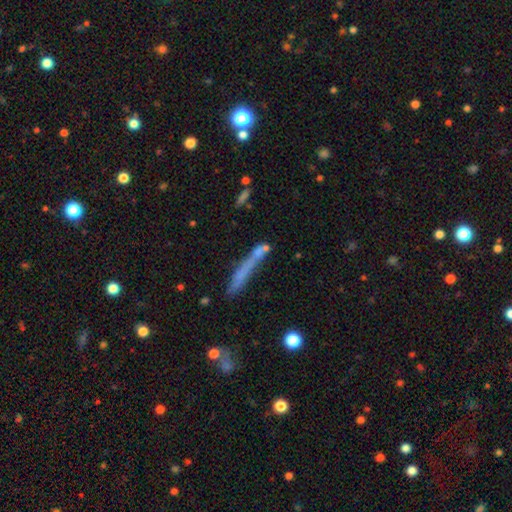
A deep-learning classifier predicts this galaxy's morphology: smooth_or_featured: smooth (p=0.55) [alt: featured or disk p=0.35]
how_rounded: cigar-shaped (p=0.91) [alt: in between p=0.06]
merging: none (p=0.52) [alt: minor disturbance p=0.20]